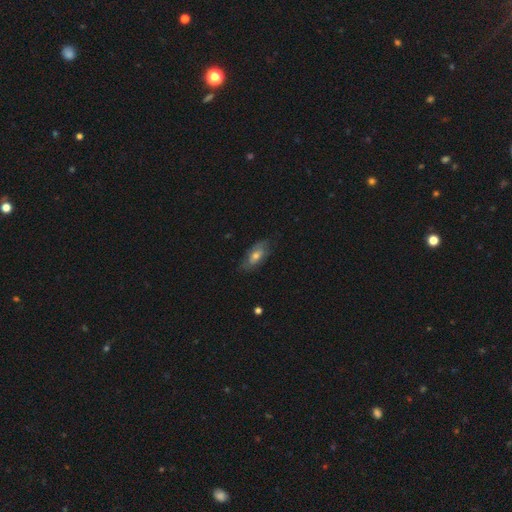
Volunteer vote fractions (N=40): Volunteers were most divided on "merging": none: 44%, minor disturbance: 36%, major disturbance: 18%, merger: 3%. More confident: how rounded — in between (96%); smooth or featured — smooth (60%).